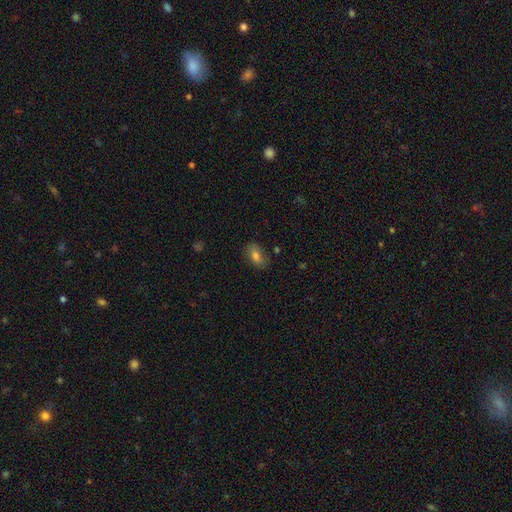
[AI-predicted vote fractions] A smooth galaxy with no disk features (73%) that is in between round and cigar-shaped (87%). Merging: none (78%).